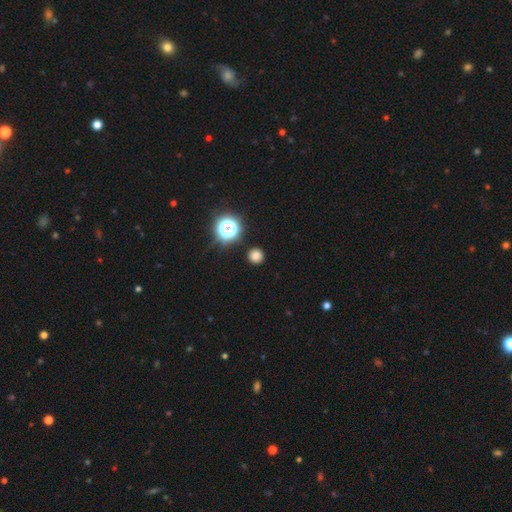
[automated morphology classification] Smooth or featured? Predicted: smooth (p=0.77). How rounded? Predicted: round (p=0.95). Merging? Predicted: none (p=0.91).